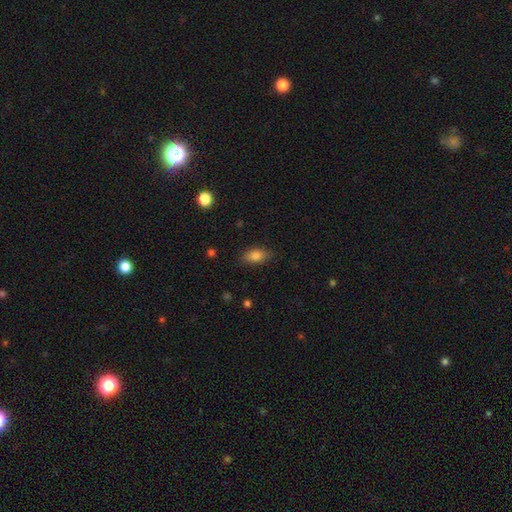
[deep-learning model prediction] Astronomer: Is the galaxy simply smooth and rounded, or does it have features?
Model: smooth — 82%.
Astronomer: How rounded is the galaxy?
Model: in between — 86%.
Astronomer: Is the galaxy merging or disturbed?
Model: none — 82%.